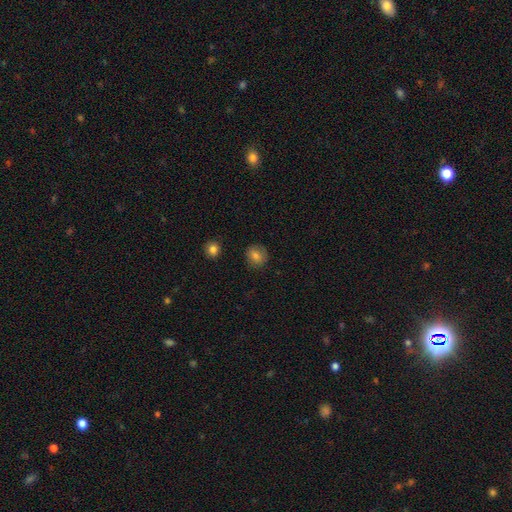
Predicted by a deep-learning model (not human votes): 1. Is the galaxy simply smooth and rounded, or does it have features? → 81% smooth, 11% star or artifact, 8% featured or disk.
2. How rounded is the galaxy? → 78% round, 21% in between, 1% cigar-shaped.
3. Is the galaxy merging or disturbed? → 86% none, 10% minor disturbance, 3% major disturbance, 1% merger.